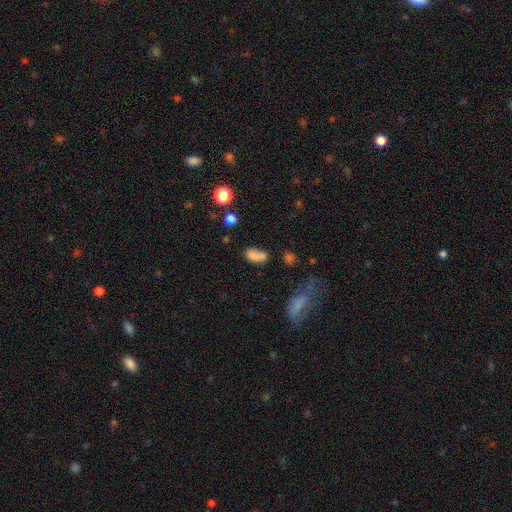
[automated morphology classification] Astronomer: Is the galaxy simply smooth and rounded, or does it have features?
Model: smooth — 76%.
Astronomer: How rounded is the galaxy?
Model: in between — 86%.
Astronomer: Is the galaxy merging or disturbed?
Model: none — 46% (runner-up: minor disturbance, 24%).